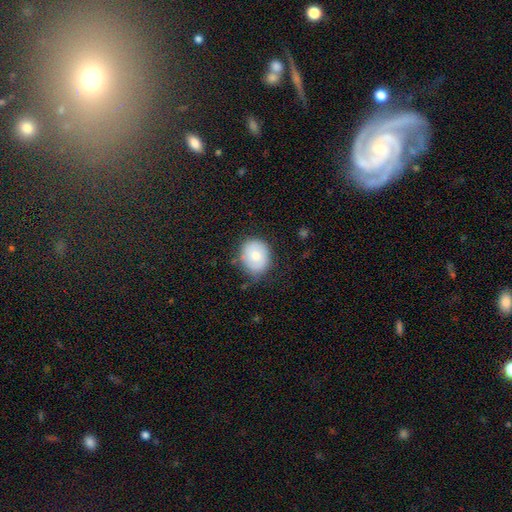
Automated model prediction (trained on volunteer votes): Q: Smooth or featured?
A: smooth (67%); runner-up: featured or disk (26%)
Q: How rounded?
A: round (66%); runner-up: in between (33%)
Q: Merging?
A: none (70%); runner-up: minor disturbance (23%)